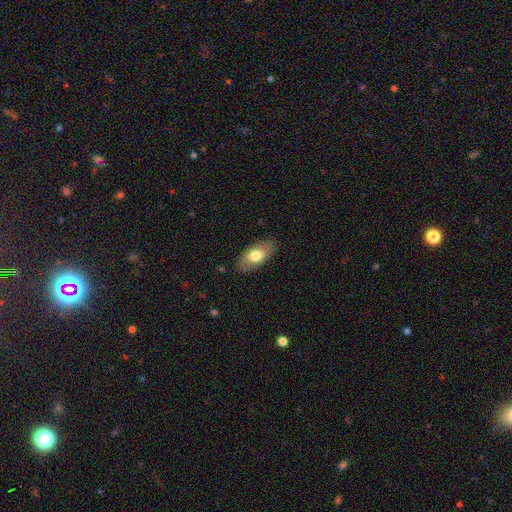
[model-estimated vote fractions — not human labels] Smooth or featured? Predicted: smooth (p=0.68). How rounded? Predicted: in between (p=0.92). Merging? Predicted: none (p=0.84).